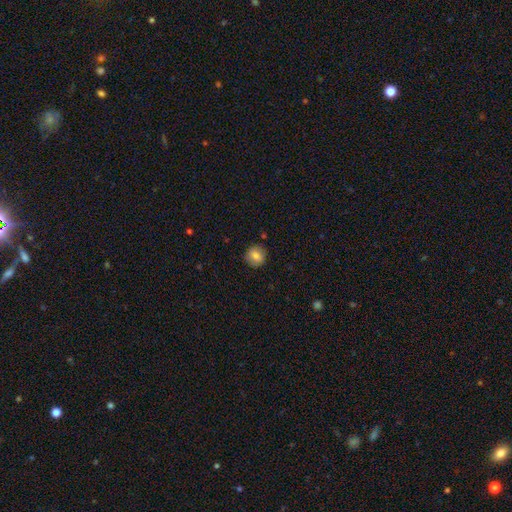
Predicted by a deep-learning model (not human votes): This is likely a smooth galaxy (78%). How rounded: clearly round (87%). Merging: clearly none (86%).